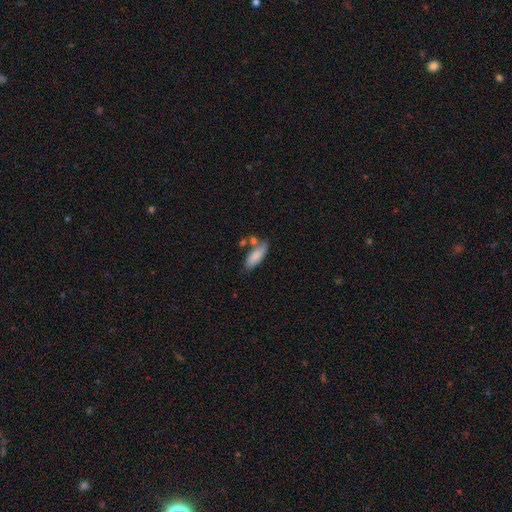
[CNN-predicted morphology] The model was most divided on "merging": none: 61%, minor disturbance: 19%, merger: 15%, major disturbance: 5%. More confident: smooth or featured — smooth (81%); how rounded — in between (71%).